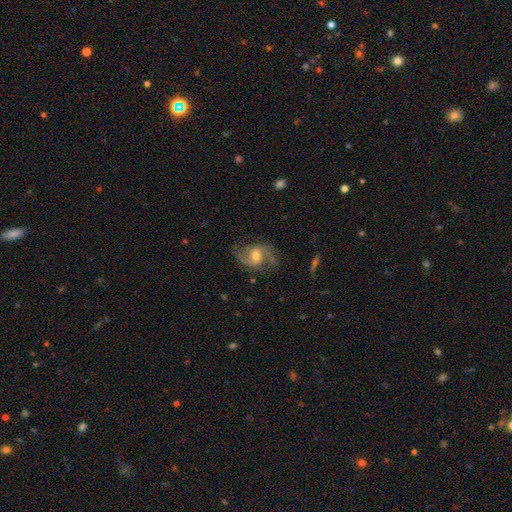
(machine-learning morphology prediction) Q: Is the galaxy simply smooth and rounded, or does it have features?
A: featured or disk — 83%.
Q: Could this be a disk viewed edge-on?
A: no — 97%.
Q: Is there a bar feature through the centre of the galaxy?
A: weak — 49%.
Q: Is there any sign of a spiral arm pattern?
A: yes — 95%.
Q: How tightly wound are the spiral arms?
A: medium — 47%.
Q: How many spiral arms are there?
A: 2 — 88%.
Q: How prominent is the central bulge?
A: moderate — 65%.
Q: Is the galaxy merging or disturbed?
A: none — 74%.